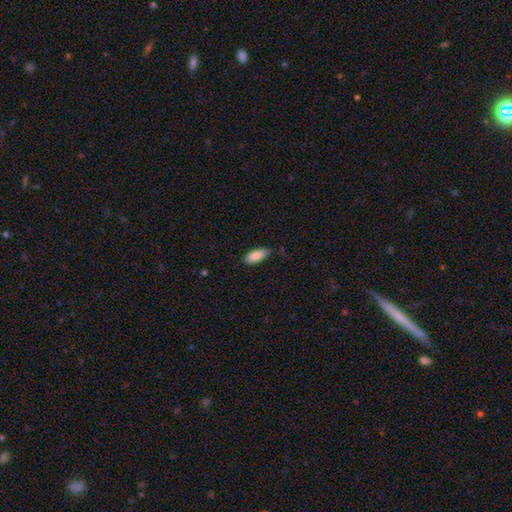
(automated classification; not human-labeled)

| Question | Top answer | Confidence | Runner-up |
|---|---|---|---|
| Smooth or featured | smooth | 86% | featured or disk (8%) |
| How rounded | in between | 82% | cigar-shaped (16%) |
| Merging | none | 75% | minor disturbance (21%) |